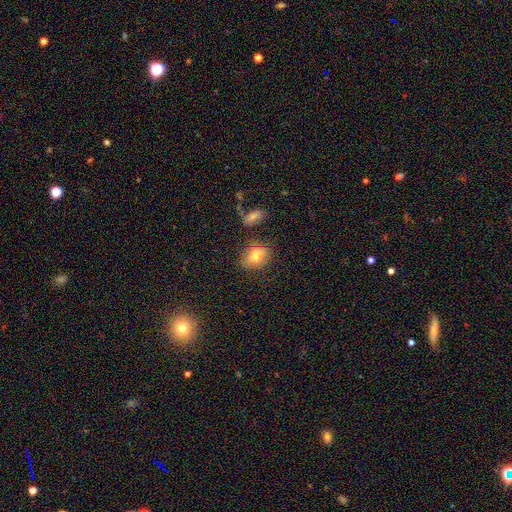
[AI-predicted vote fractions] Smooth or featured?
  - smooth: 76% *
  - featured or disk: 14%
  - star or artifact: 10%
How rounded?
  - in between: 65% *
  - round: 34%
  - cigar-shaped: 2%
Merging?
  - none: 74% *
  - minor disturbance: 17%
  - merger: 5%
  - major disturbance: 4%